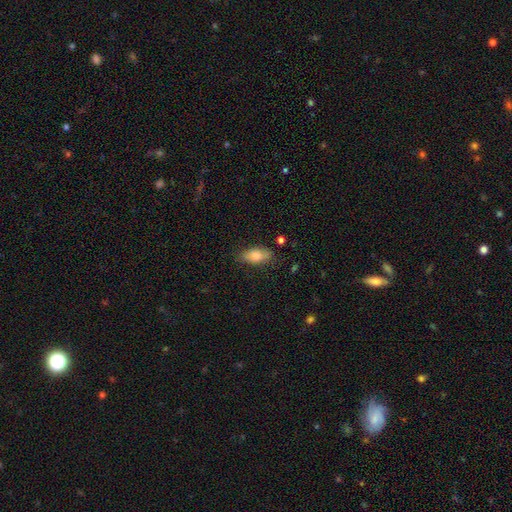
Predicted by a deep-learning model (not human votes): A smooth galaxy with no disk features (79%) that is in between round and cigar-shaped (86%).

Vote fractions:
- Smooth or featured? smooth: 79% / featured or disk: 14% / star or artifact: 7%
- How rounded? in between: 86% / cigar-shaped: 11% / round: 3%
- Merging? none: 81% / minor disturbance: 14% / major disturbance: 3% / merger: 2%